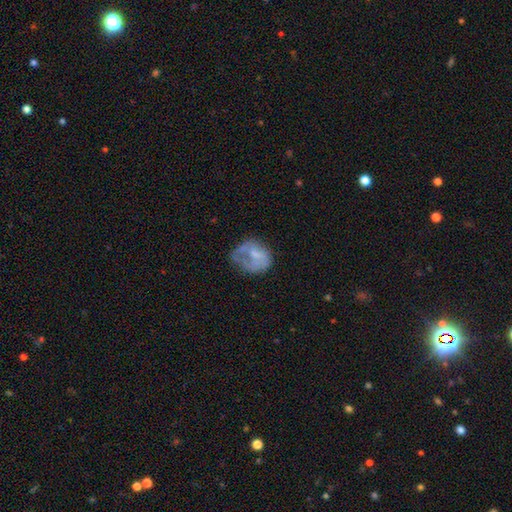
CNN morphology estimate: Overall: smooth (49%; featured or disk 41%). Merging: major disturbance (34%, tied with none).